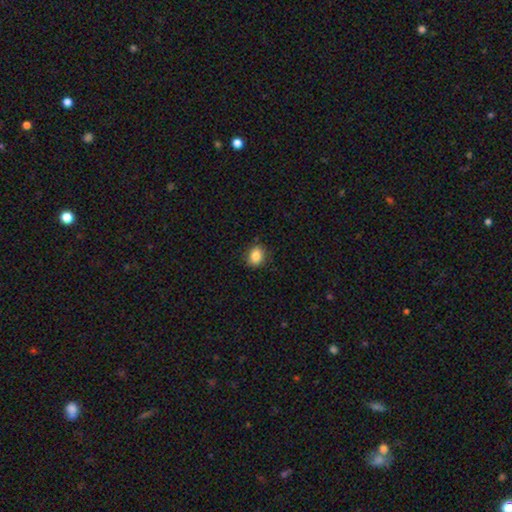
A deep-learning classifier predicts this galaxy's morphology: Smooth or featured?
  - smooth: 86% *
  - star or artifact: 9%
  - featured or disk: 5%
How rounded?
  - round: 52% *
  - in between: 47%
  - cigar-shaped: 1%
Merging?
  - none: 86% *
  - minor disturbance: 10%
  - major disturbance: 2%
  - merger: 1%